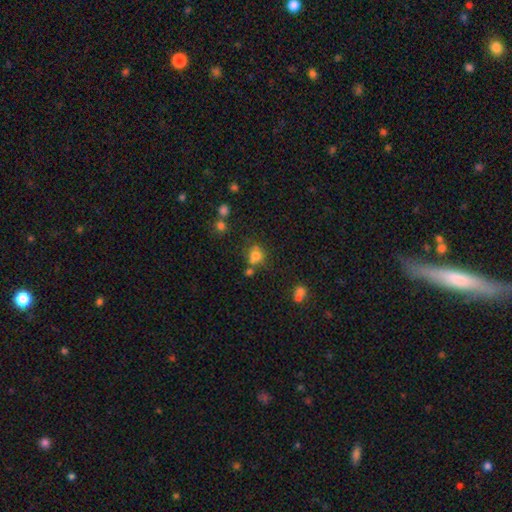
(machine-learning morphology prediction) Q: Smooth or featured?
A: smooth (73%); runner-up: star or artifact (16%)
Q: How rounded?
A: round (76%); runner-up: in between (23%)
Q: Merging?
A: none (56%); runner-up: merger (23%)